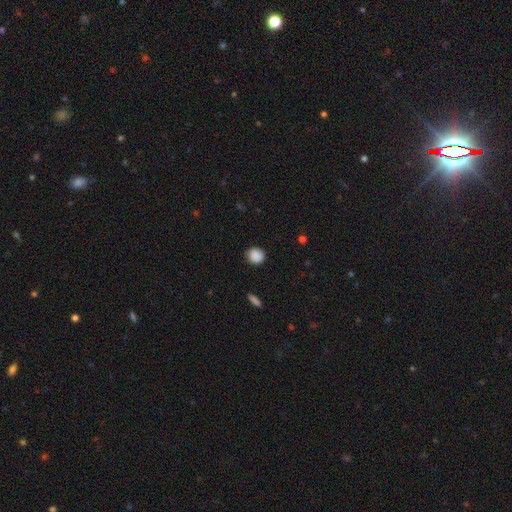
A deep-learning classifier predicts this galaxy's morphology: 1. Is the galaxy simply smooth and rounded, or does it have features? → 88% smooth, 8% star or artifact, 3% featured or disk.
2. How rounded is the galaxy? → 80% round, 19% in between, 1% cigar-shaped.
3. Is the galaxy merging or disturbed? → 87% none, 10% minor disturbance, 2% major disturbance, 1% merger.